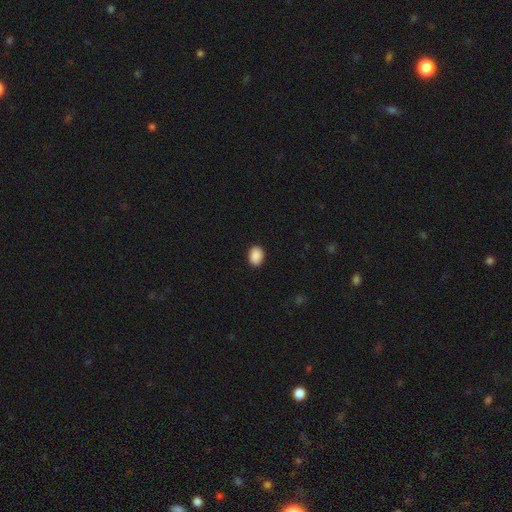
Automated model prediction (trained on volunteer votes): smooth 90%, star or artifact 7%, featured or disk 2%. Down the decision tree: how rounded — in between (73%); merging — none (90%).